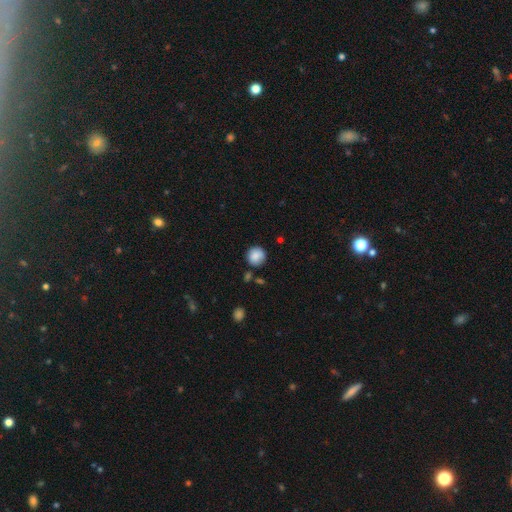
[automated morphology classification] Smooth or featured? smooth (87%)
How rounded? round (92%)
Merging? none (79%)